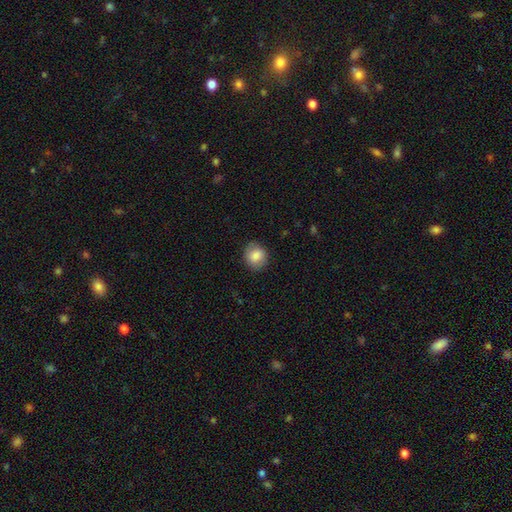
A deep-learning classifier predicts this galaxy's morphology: This appears to be a smooth galaxy with no disk features (85%) that is round (76%). Merging: none (86%).